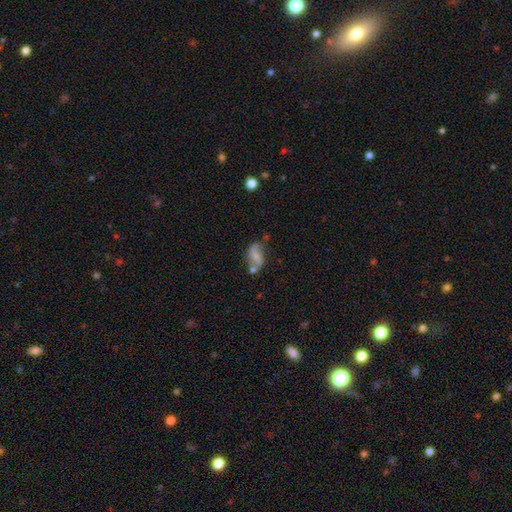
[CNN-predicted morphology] This is possibly a featured or disk galaxy (56%). It is clearly not viewed edge-on (96%). Bar: possibly no (49%). Spiral arm pattern: clearly yes (82%). Central bulge: marginally small (44%). Merging: possibly none (47%).